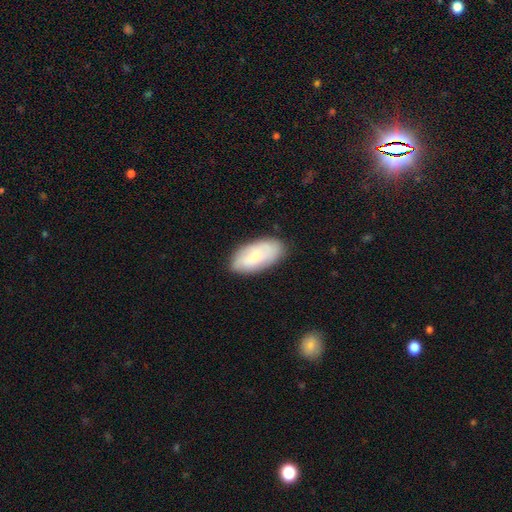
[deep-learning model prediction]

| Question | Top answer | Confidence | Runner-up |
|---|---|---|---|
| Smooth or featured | smooth | 65% | featured or disk (28%) |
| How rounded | in between | 93% | cigar-shaped (5%) |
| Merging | none | 83% | minor disturbance (13%) |